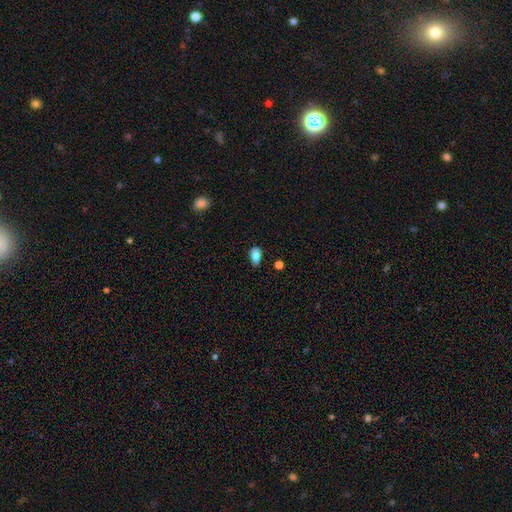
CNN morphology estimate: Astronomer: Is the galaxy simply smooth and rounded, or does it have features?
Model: smooth — 82%.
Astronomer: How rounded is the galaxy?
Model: in between — 89%.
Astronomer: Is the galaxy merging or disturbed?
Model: none — 60%.